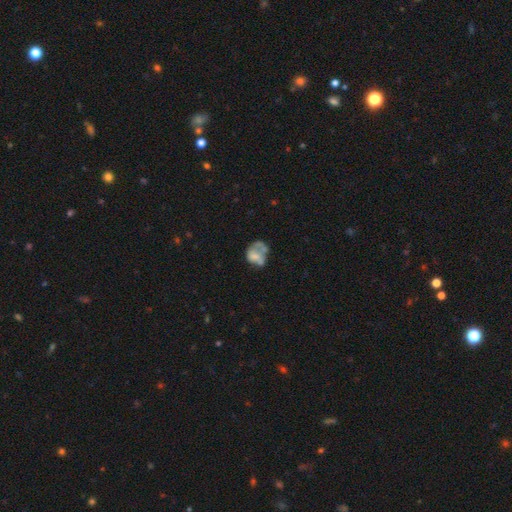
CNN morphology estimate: This appears to be a smooth galaxy with no disk features (49%). Merging: major disturbance (33%).